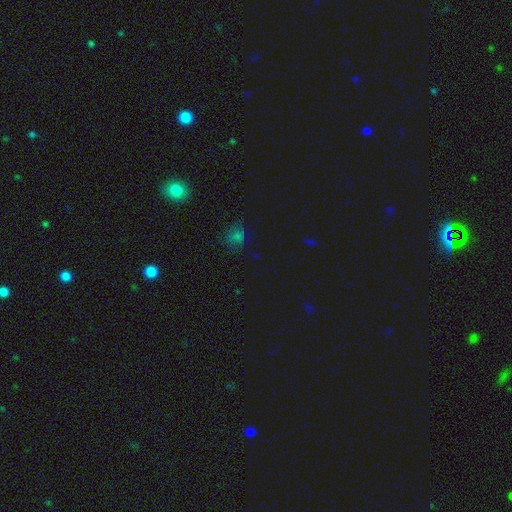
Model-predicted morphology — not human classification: smooth-or-featured: smooth: 47% | star or artifact: 46% | featured or disk: 8%
  merging: none: 72% | minor disturbance: 16% | major disturbance: 8% | merger: 4%